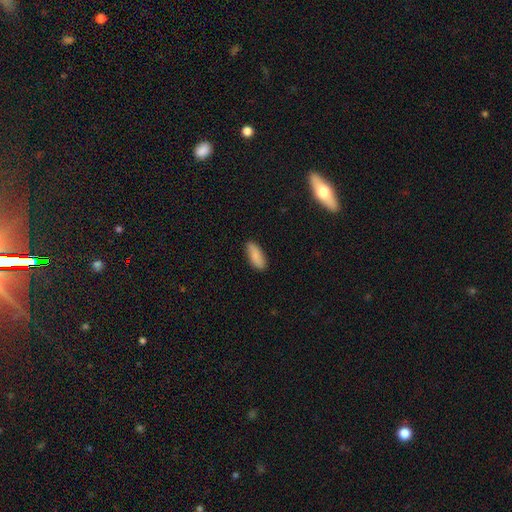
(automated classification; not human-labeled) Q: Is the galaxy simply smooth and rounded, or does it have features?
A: smooth — 86%.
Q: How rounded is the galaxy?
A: in between — 76%.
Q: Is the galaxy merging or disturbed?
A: none — 86%.